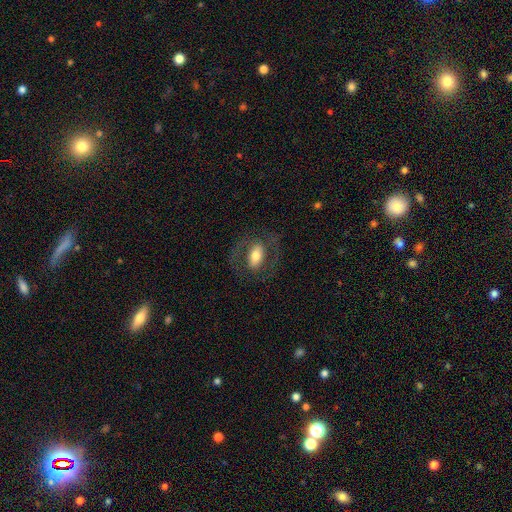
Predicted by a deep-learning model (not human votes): Morphology: type=featured or disk (52%); edge-on=no (90%); merging=none (71%).